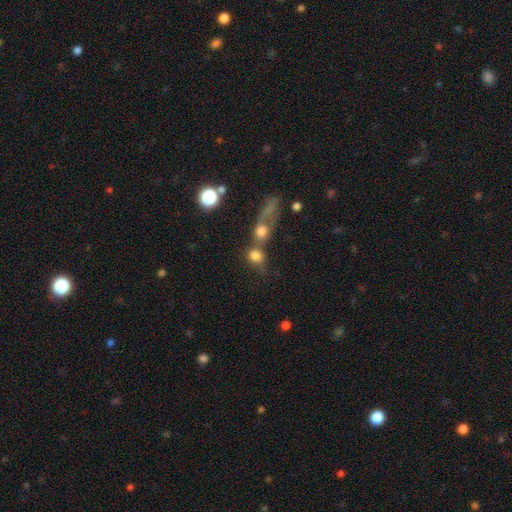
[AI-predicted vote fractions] smooth_or_featured: smooth (p=0.76) [alt: star or artifact p=0.13]
how_rounded: round (p=0.72) [alt: in between p=0.25]
merging: merger (p=0.54) [alt: none p=0.30]